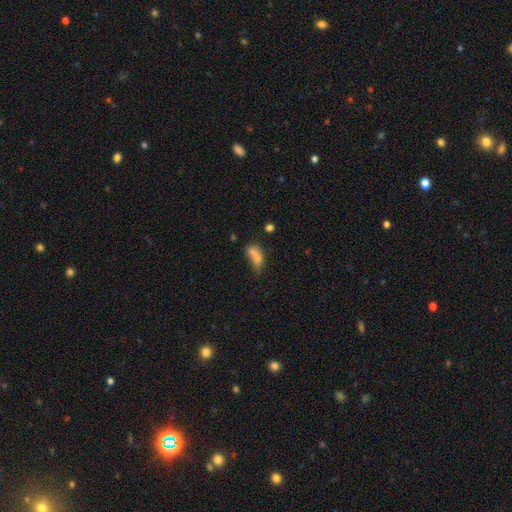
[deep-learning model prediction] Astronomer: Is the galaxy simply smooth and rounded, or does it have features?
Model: smooth — 74%.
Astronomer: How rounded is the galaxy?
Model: in between — 78%.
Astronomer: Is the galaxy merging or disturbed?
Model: merger — 43% (runner-up: none, 25%).